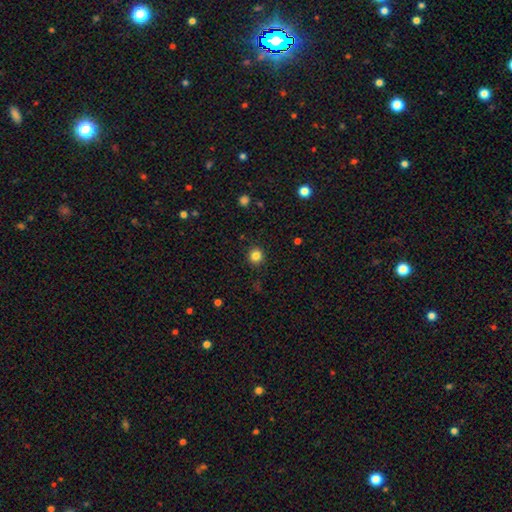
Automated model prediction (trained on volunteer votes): A smooth galaxy with no disk features (83%) that is round (92%).

Vote fractions:
- Smooth or featured? smooth: 83% / star or artifact: 12% / featured or disk: 5%
- How rounded? round: 92% / in between: 7% / cigar-shaped: 1%
- Merging? none: 91% / minor disturbance: 6% / major disturbance: 2% / merger: 1%